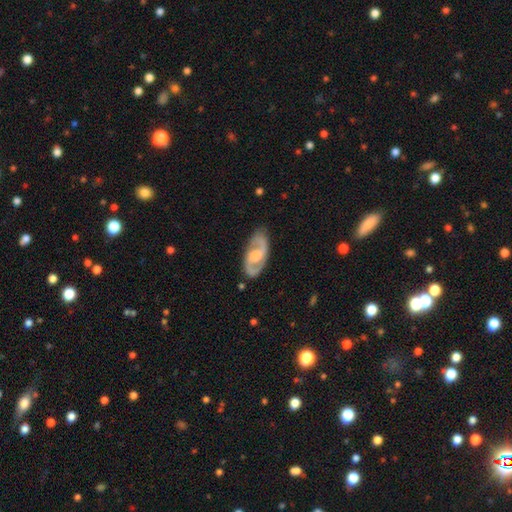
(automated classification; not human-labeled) A featured or disk galaxy (85%) with a weak bar (44%), 2 (91%) medium (55%) spiral arms (94%) and a moderate central bulge (54%). Merging: none (84%).